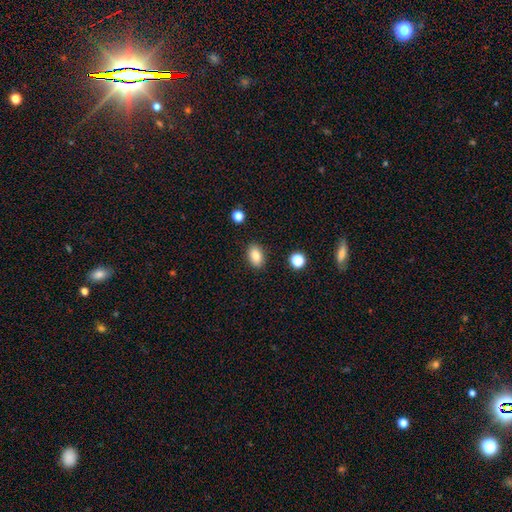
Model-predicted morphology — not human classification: smooth 85%, star or artifact 9%, featured or disk 6%. Down the decision tree: how rounded — in between (86%); merging — none (88%).